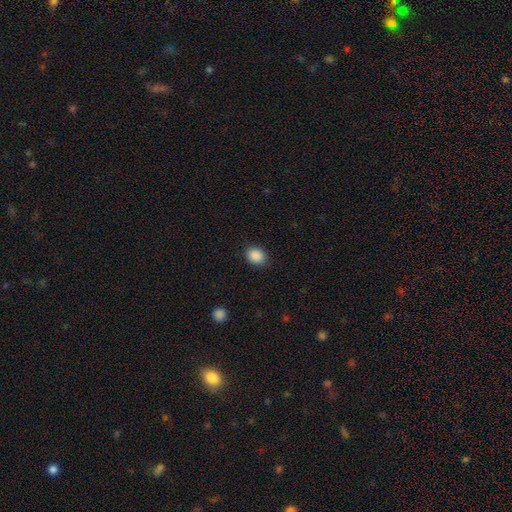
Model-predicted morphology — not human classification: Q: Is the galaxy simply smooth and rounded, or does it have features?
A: smooth — 89%.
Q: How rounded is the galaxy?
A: round — 53%.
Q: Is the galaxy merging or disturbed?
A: none — 86%.